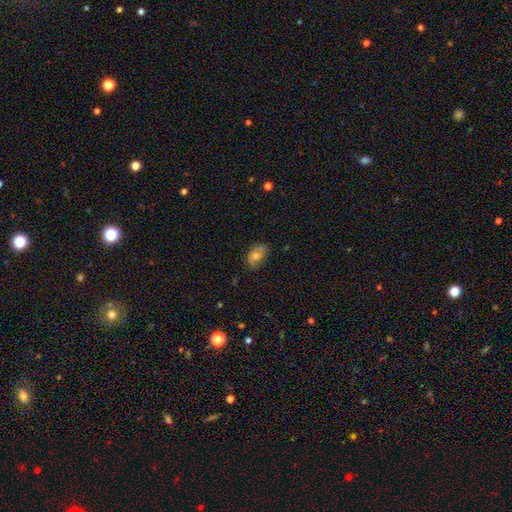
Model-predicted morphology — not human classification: Q: Smooth or featured?
A: smooth (60%); runner-up: featured or disk (26%)
Q: How rounded?
A: in between (86%); runner-up: round (12%)
Q: Merging?
A: none (71%); runner-up: minor disturbance (22%)